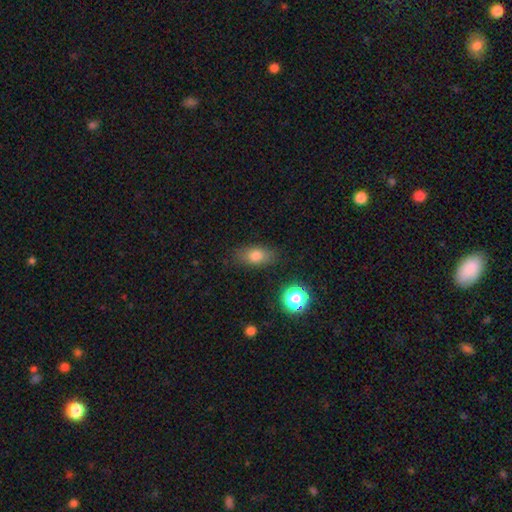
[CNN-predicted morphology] Overall: smooth (77%). How rounded: in between (82%). Merging: none (81%).